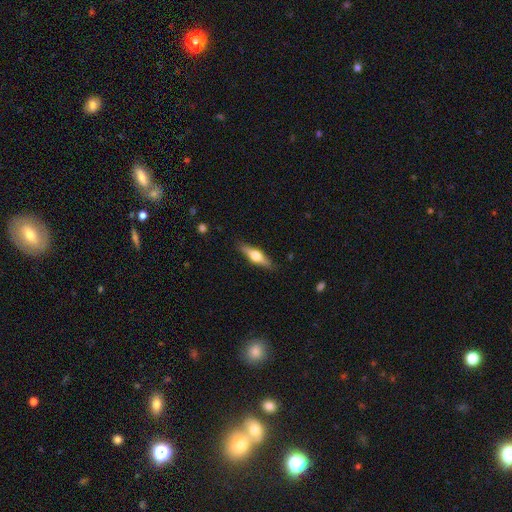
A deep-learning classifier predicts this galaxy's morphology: Overall: featured or disk (57%; smooth 37%). Edge-on disk: yes (95%). Edge-on bulge: rounded (94%). Merging: none (87%).